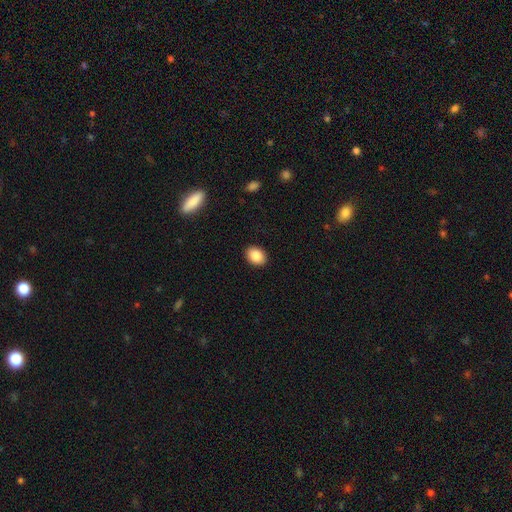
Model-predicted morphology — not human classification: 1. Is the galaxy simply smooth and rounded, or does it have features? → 88% smooth, 8% star or artifact, 4% featured or disk.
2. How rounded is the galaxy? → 72% in between, 27% round, 1% cigar-shaped.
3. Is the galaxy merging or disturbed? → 90% none, 7% minor disturbance, 2% major disturbance, 1% merger.